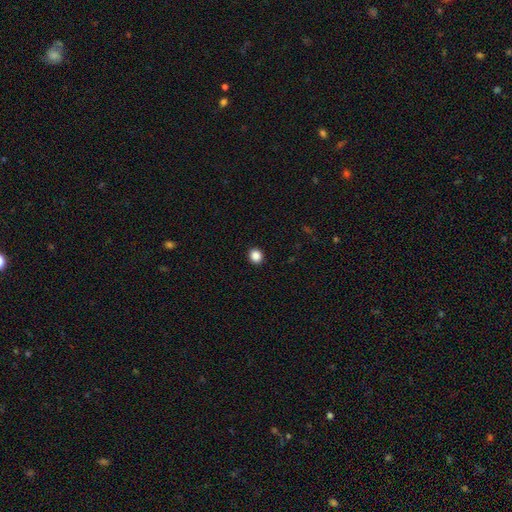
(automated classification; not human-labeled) Smooth or featured? Predicted: smooth (p=0.87). How rounded? Predicted: round (p=0.83). Merging? Predicted: none (p=0.93).